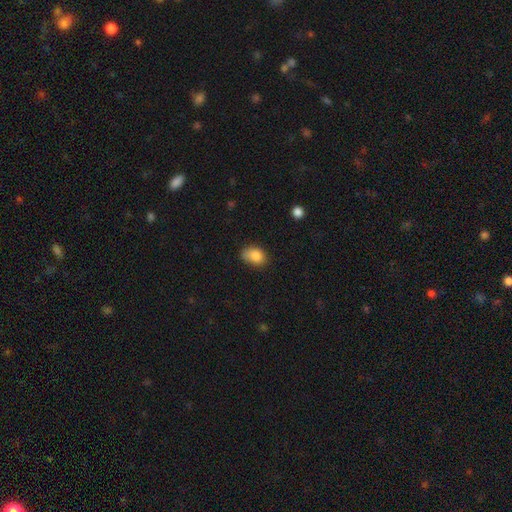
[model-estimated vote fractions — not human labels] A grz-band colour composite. It shows a smooth galaxy with no disk features (83%) that is in between round and cigar-shaped (73%). Merging: none (59%).